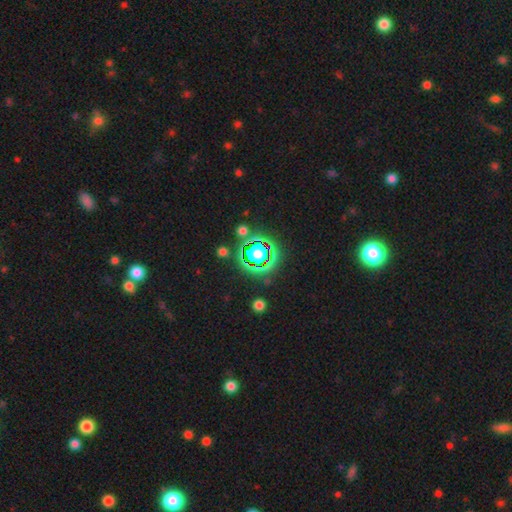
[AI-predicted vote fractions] A star or artifact, not a galaxy (61%).

Vote fractions:
- Smooth or featured? star or artifact: 61% / smooth: 26% / featured or disk: 13%